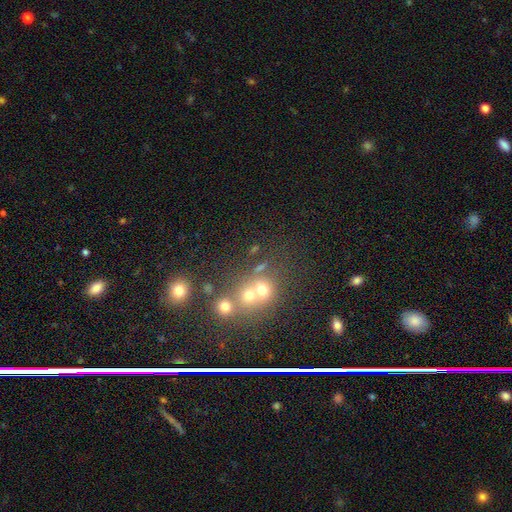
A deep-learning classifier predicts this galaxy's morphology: Q: Smooth or featured?
A: star or artifact (55%); runner-up: smooth (31%)